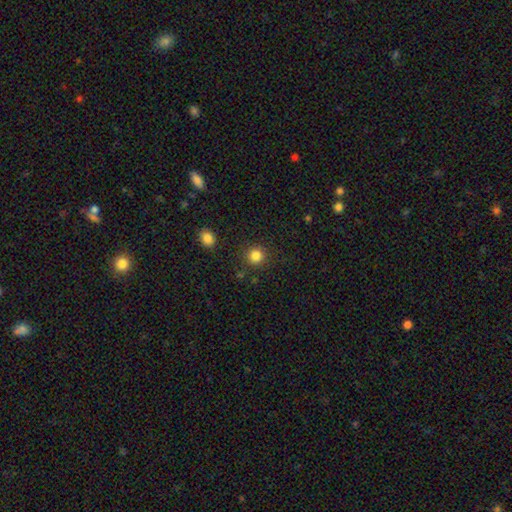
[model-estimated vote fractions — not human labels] Smooth or featured? smooth (84%)
How rounded? round (92%)
Merging? none (87%)